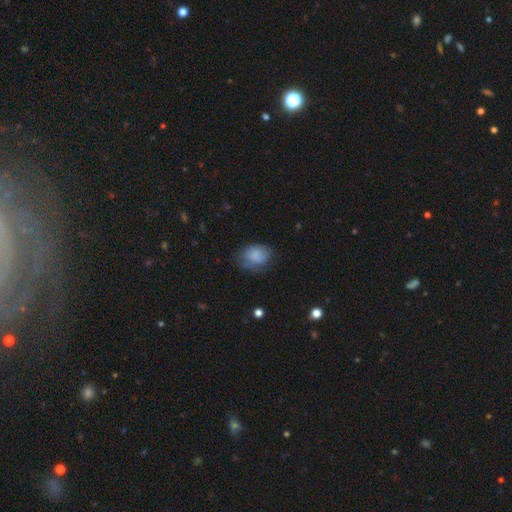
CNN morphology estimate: Smooth or featured?
  - smooth: 78% *
  - featured or disk: 13%
  - star or artifact: 9%
How rounded?
  - in between: 70% *
  - round: 29%
  - cigar-shaped: 1%
Merging?
  - none: 56% *
  - minor disturbance: 29%
  - major disturbance: 13%
  - merger: 2%